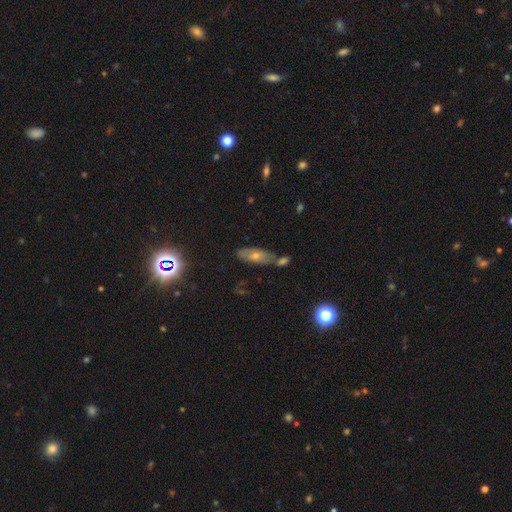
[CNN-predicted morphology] The model was most divided on "smooth or featured": smooth: 41%, featured or disk: 35%, star or artifact: 24%. More confident: merging — none (63%).